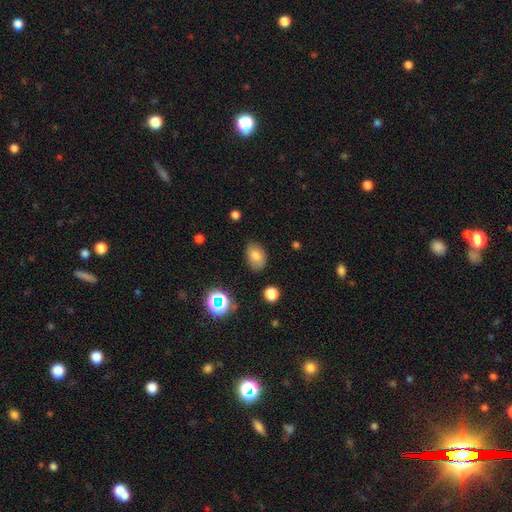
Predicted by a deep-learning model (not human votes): A smooth galaxy with no disk features (78%) that is in between round and cigar-shaped (84%). Merging: none (78%).